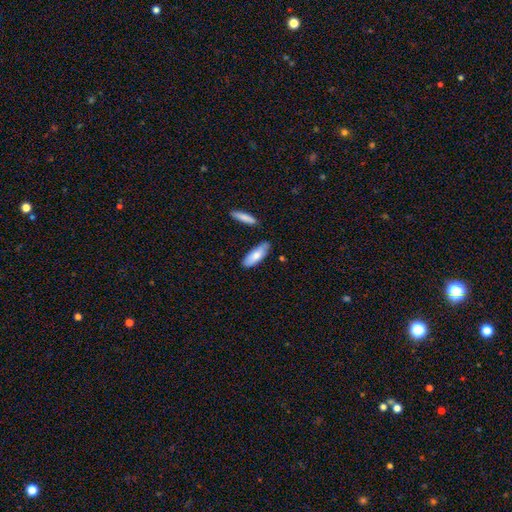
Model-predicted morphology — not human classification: A smooth galaxy with no disk features (77%) that is in between round and cigar-shaped (64%).

Vote fractions:
- Smooth or featured? smooth: 77% / featured or disk: 17% / star or artifact: 6%
- How rounded? in between: 64% / cigar-shaped: 34% / round: 2%
- Merging? none: 76% / minor disturbance: 16% / merger: 5% / major disturbance: 3%